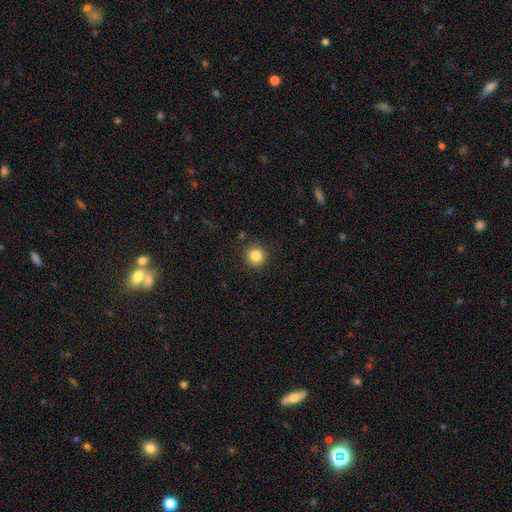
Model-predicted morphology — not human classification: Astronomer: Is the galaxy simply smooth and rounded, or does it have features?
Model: smooth — 84%.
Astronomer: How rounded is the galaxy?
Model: round — 94%.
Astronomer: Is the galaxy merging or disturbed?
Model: none — 90%.